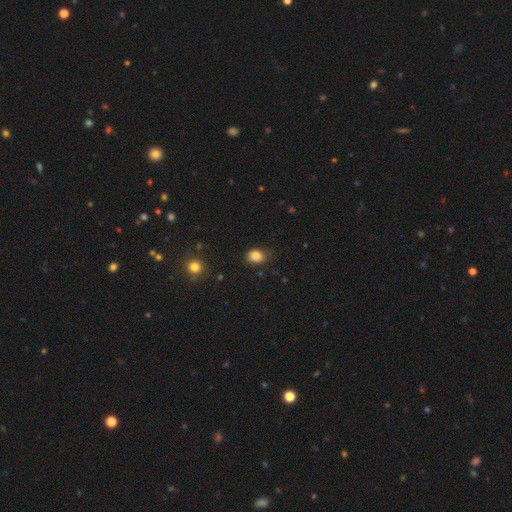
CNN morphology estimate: smooth_or_featured: smooth (p=0.84) [alt: star or artifact p=0.10]
how_rounded: in between (p=0.58) [alt: round p=0.41]
merging: none (p=0.72) [alt: minor disturbance p=0.22]